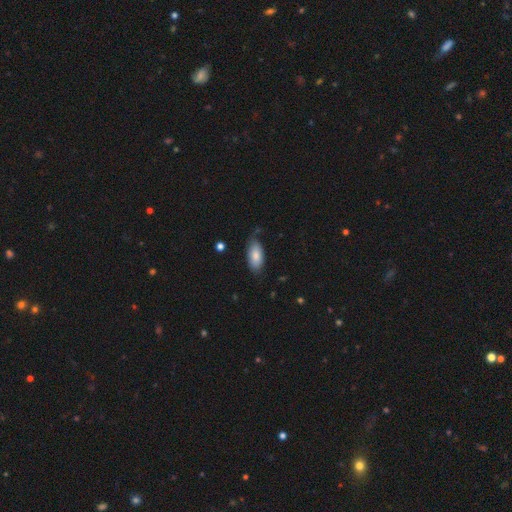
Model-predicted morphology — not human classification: smooth 81%, featured or disk 12%, star or artifact 6%. Down the decision tree: how rounded — in between (91%); merging — none (69%).